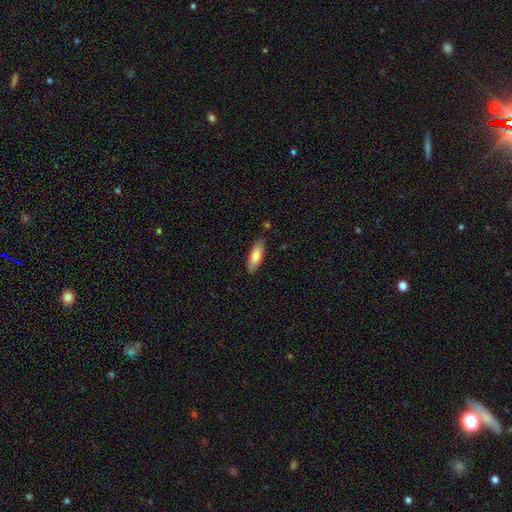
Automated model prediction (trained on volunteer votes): Smooth or featured? Predicted: smooth (p=0.80). How rounded? Predicted: in between (p=0.61). Merging? Predicted: none (p=0.84).